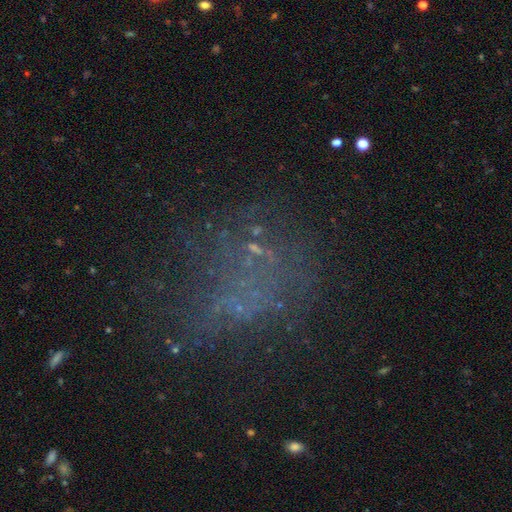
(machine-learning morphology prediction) A star or artifact, not a galaxy (40%).